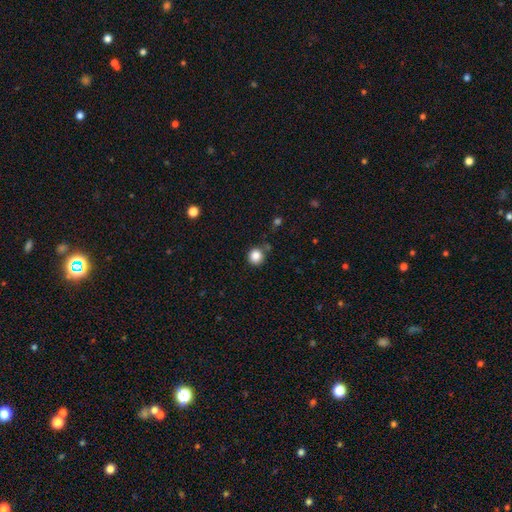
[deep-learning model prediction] Smooth or featured? smooth (86%)
How rounded? round (92%)
Merging? none (81%)